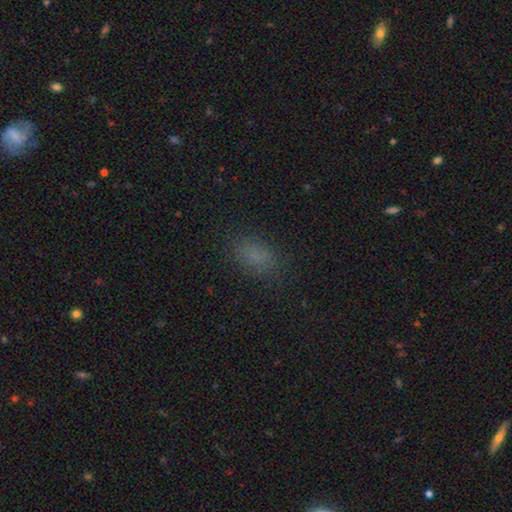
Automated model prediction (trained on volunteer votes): Overall: smooth (77%). How rounded: in between (85%). Merging: none (82%).